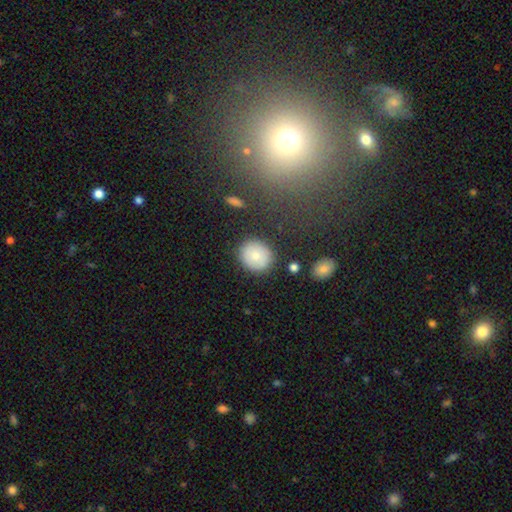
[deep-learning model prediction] The model was most divided on "how rounded": round: 75%, in between: 24%, cigar-shaped: 1%. More confident: merging — none (85%); smooth or featured — smooth (78%).